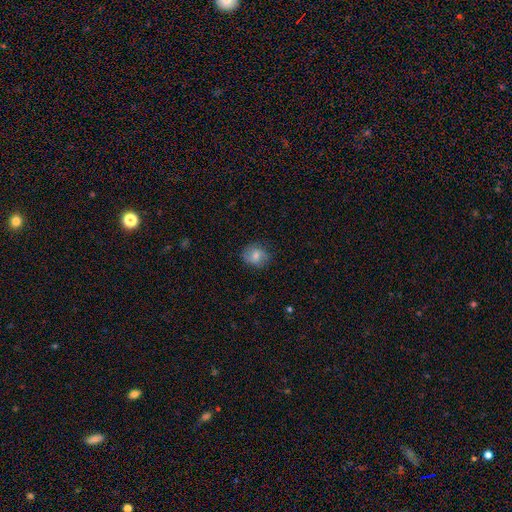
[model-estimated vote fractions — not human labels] smooth_or_featured: smooth (p=0.67) [alt: featured or disk p=0.23]
how_rounded: round (p=0.66) [alt: in between p=0.33]
merging: none (p=0.79) [alt: minor disturbance p=0.16]